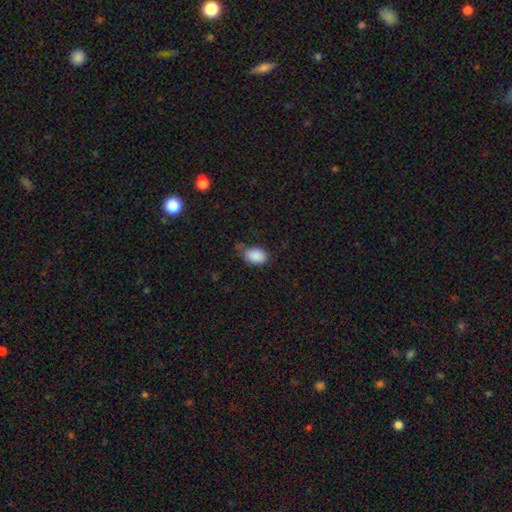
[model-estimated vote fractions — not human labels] smooth_or_featured: smooth (p=0.88) [alt: star or artifact p=0.08]
how_rounded: in between (p=0.82) [alt: round p=0.17]
merging: none (p=0.63) [alt: minor disturbance p=0.28]